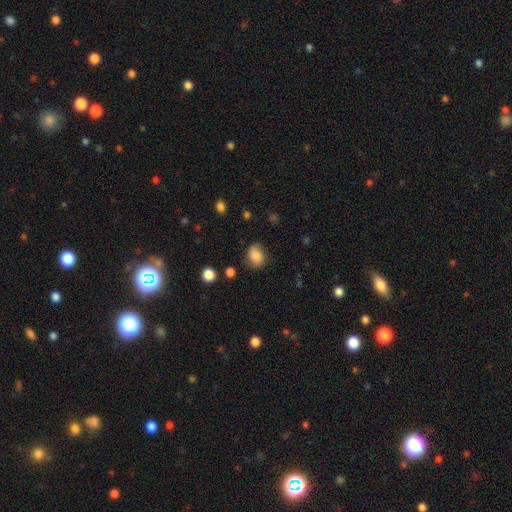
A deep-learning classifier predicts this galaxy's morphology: This appears to be a smooth galaxy with no disk features (84%) that is in between round and cigar-shaped (60%). Merging: none (74%).